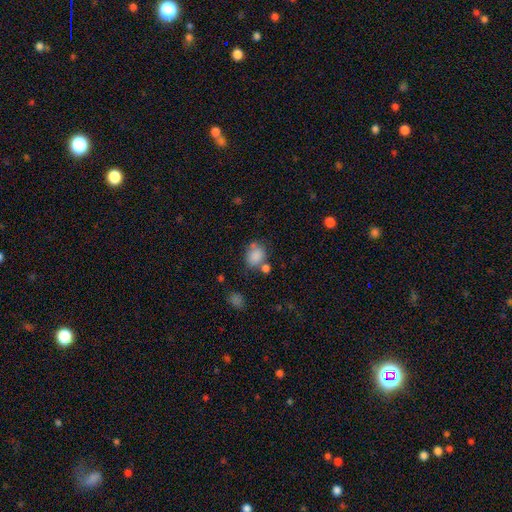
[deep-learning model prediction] Smooth or featured?
  - smooth: 83% *
  - star or artifact: 10%
  - featured or disk: 7%
How rounded?
  - round: 57% *
  - in between: 42%
  - cigar-shaped: 1%
Merging?
  - none: 57% *
  - minor disturbance: 18%
  - merger: 18%
  - major disturbance: 7%